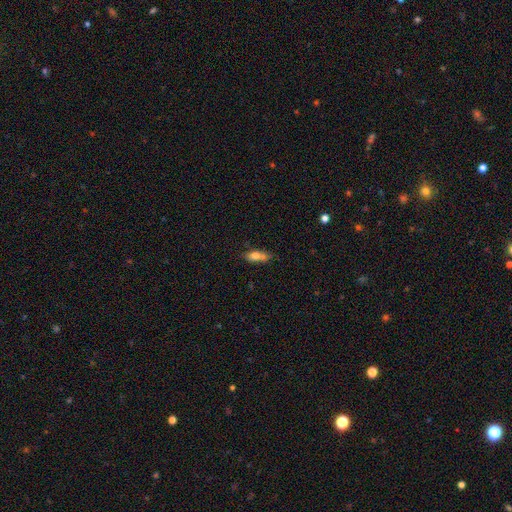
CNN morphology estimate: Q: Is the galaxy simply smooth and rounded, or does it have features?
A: smooth — 70%.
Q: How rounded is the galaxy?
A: in between — 73%.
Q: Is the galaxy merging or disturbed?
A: none — 48%.